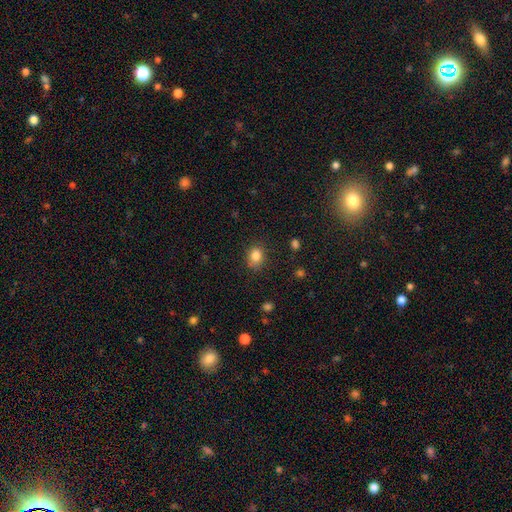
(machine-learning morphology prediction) smooth-or-featured: smooth: 84% | star or artifact: 11% | featured or disk: 6%
  how-rounded: round: 54% | in between: 46% | cigar-shaped: 1%
  merging: none: 78% | minor disturbance: 16% | major disturbance: 4% | merger: 2%